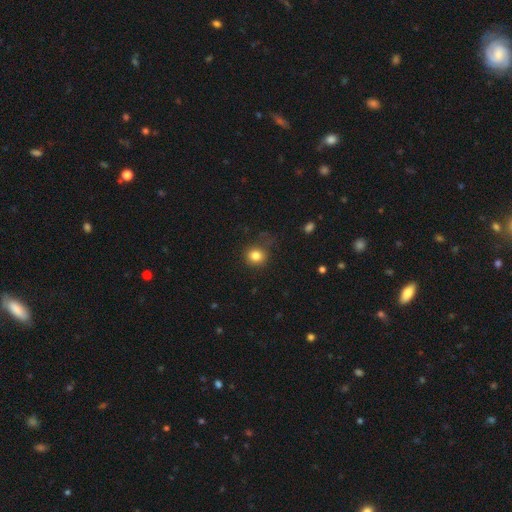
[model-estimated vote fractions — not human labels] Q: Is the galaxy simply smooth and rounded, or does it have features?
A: smooth — 83%.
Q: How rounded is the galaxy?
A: round — 84%.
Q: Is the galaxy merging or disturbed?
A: none — 74%.